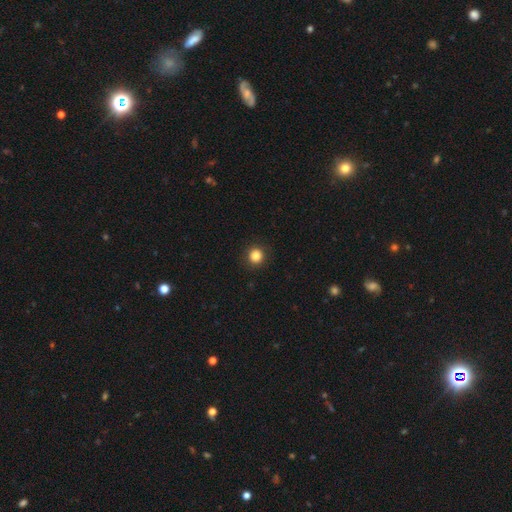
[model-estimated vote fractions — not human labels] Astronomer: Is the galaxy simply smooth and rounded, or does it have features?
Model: smooth — 85%.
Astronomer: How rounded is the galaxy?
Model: round — 93%.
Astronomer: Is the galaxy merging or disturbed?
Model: none — 92%.